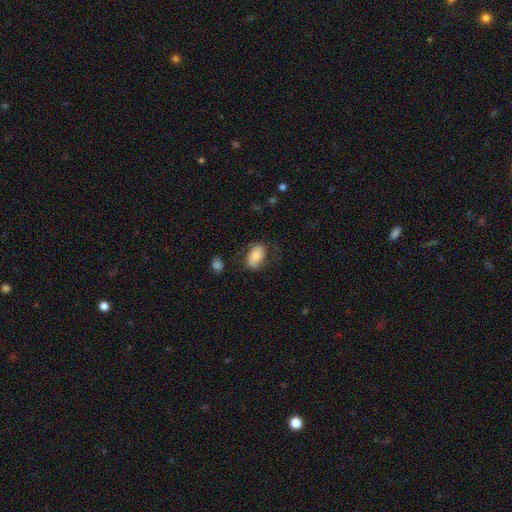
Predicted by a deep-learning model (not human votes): smooth 69%, featured or disk 24%, star or artifact 7%. Down the decision tree: how rounded — in between (90%); merging — none (63%).